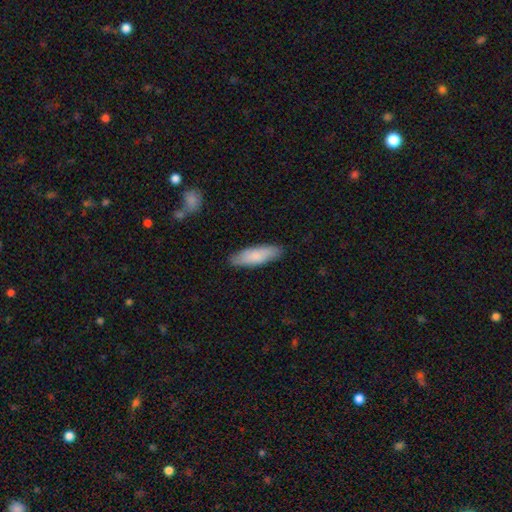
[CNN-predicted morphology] Smooth or featured? Predicted: smooth (p=0.81). How rounded? Predicted: cigar-shaped (p=0.50). Merging? Predicted: none (p=0.85).